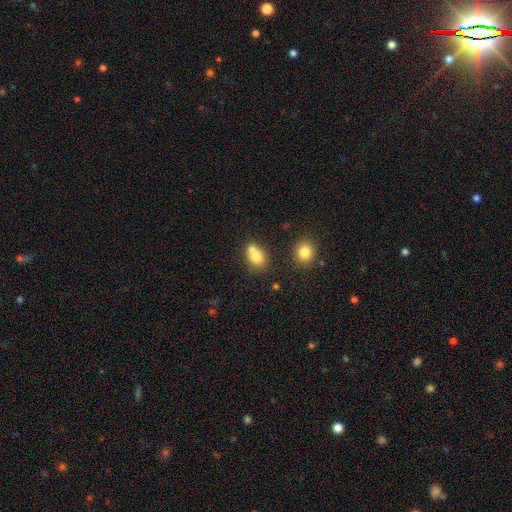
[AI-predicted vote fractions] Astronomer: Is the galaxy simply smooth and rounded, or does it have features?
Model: smooth — 73%.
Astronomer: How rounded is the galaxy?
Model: in between — 55% (runner-up: round, 44%).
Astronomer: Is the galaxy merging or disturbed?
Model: merger — 51% (runner-up: none, 35%).